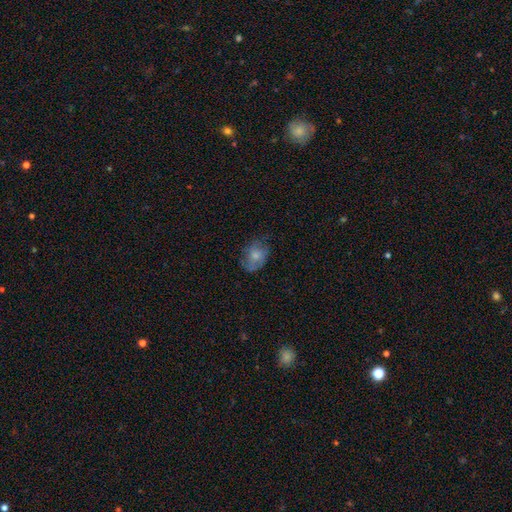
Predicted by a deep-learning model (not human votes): Q: Smooth or featured?
A: smooth (67%); runner-up: featured or disk (25%)
Q: How rounded?
A: in between (69%); runner-up: round (30%)
Q: Merging?
A: none (57%); runner-up: minor disturbance (30%)